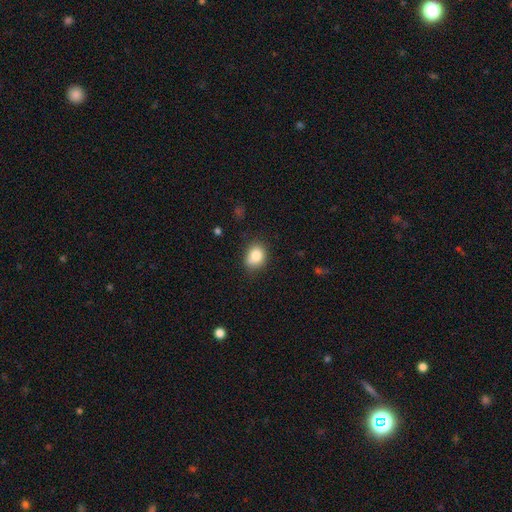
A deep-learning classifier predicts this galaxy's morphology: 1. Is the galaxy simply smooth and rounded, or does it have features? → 83% smooth, 10% star or artifact, 7% featured or disk.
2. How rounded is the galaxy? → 52% round, 47% in between, 1% cigar-shaped.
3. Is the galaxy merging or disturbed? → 72% none, 21% minor disturbance, 4% major disturbance, 3% merger.